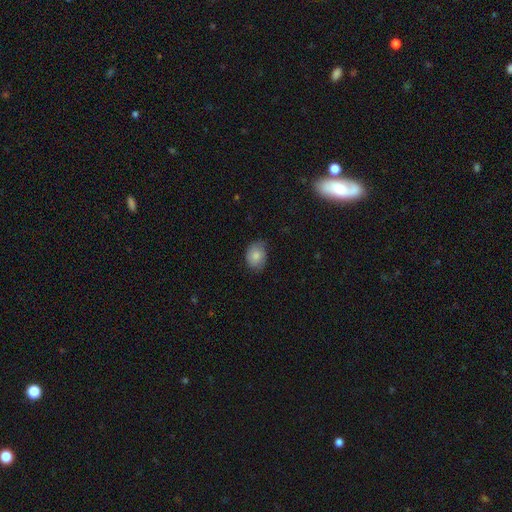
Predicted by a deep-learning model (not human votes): smooth_or_featured: smooth (p=0.82) [alt: featured or disk p=0.11]
how_rounded: in between (p=0.65) [alt: round p=0.34]
merging: none (p=0.68) [alt: minor disturbance p=0.26]